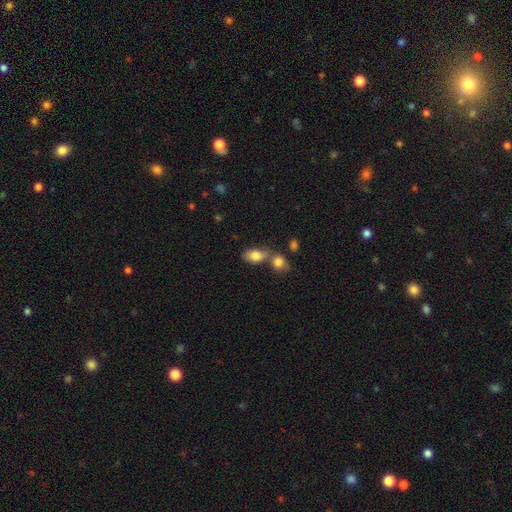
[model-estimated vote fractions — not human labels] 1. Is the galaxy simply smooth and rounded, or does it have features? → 82% smooth, 11% featured or disk, 8% star or artifact.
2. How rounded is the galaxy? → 85% in between, 12% round, 2% cigar-shaped.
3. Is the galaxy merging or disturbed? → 42% merger, 40% none, 13% minor disturbance, 5% major disturbance.